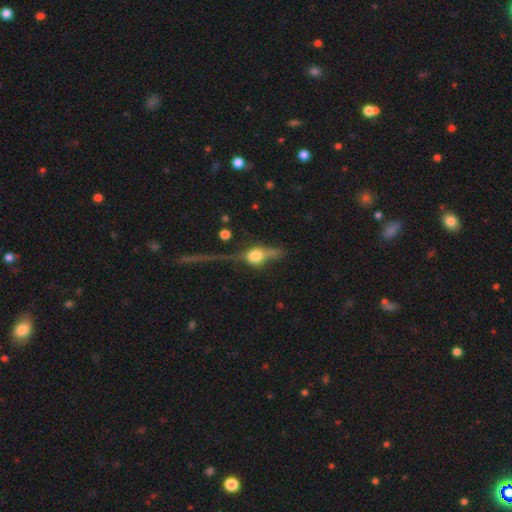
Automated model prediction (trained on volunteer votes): The model was most divided on "smooth or featured": featured or disk: 44%, smooth: 41%, star or artifact: 16%. Remaining: merging — none (43%).